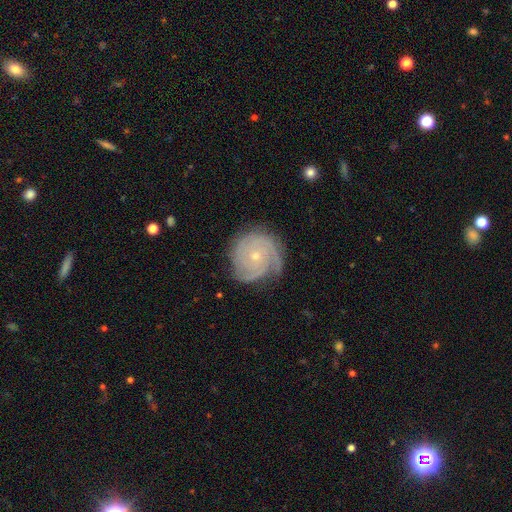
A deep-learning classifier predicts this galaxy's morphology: This is clearly a featured or disk galaxy (88%). It is clearly not viewed edge-on (98%). Bar: likely no (79%). Spiral arm pattern: clearly yes (98%). Spiral arm count: marginally 3 (43%). Spiral winding: likely tight (78%). Central bulge: likely small (71%). Merging: likely none (76%).